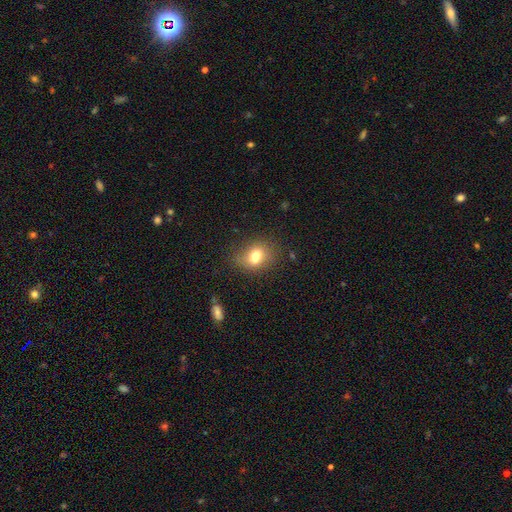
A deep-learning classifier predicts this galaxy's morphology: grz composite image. It shows a smooth galaxy with no disk features (73%) that is in between round and cigar-shaped (61%). Merging: none (59%).